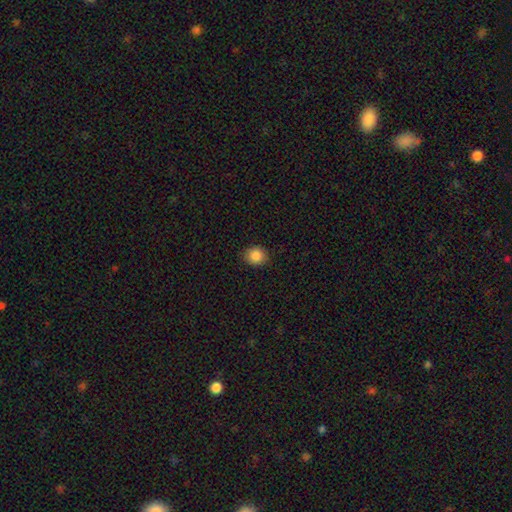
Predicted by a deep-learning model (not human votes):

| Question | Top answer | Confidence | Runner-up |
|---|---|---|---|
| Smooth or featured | smooth | 87% | star or artifact (10%) |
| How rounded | round | 76% | in between (23%) |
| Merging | none | 88% | minor disturbance (8%) |